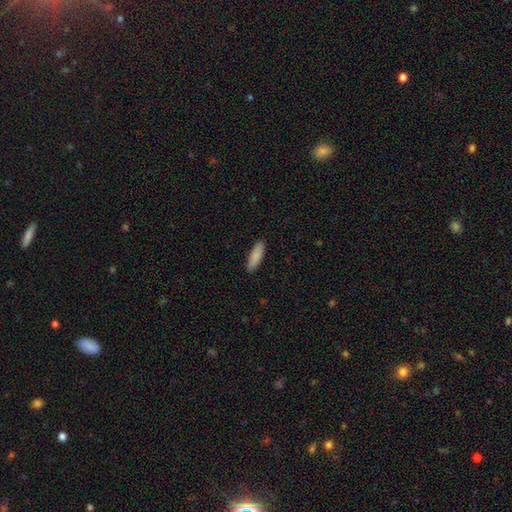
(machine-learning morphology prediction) Overall: smooth (88%). How rounded: in between (50%; cigar-shaped 48%). Merging: none (89%).